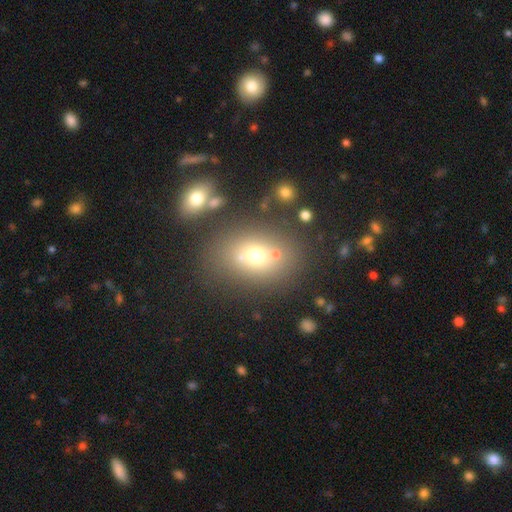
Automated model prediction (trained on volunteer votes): Morphology: type=smooth (65%); roundness=in between (58%); merging=none (64%).